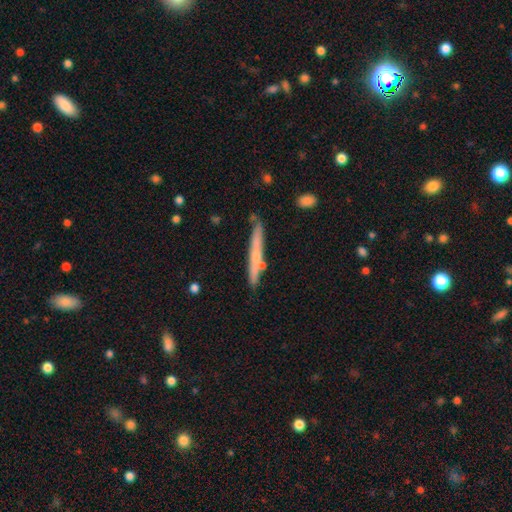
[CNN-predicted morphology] Smooth or featured? featured or disk (48%)
Merging? none (79%)